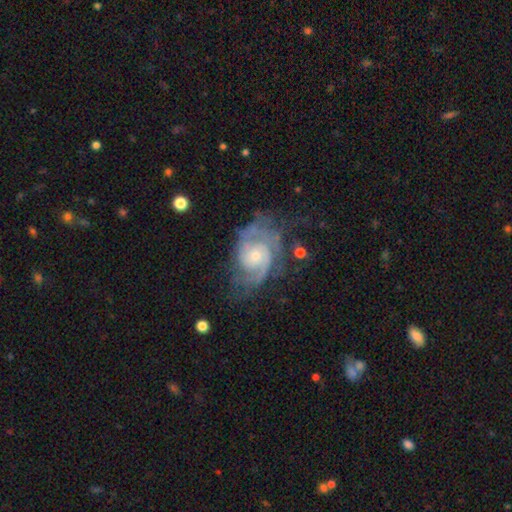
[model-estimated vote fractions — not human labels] Smooth or featured? Predicted: featured or disk (p=0.87). Edge-on disk? Predicted: no (p=0.97). Bar? Predicted: no (p=0.69). Spiral arms? Predicted: yes (p=0.96). Spiral winding? Predicted: tight (p=0.49). Spiral arm count? Predicted: 2 (p=0.61). Bulge size? Predicted: small (p=0.57). Merging? Predicted: none (p=0.57).